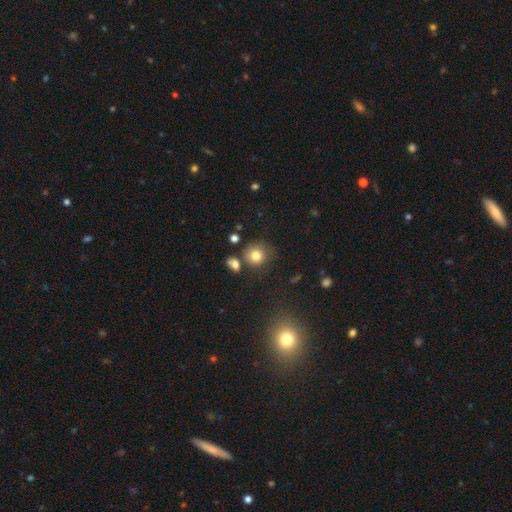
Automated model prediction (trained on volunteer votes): A smooth galaxy with no disk features (79%) that is round (86%). Merging: none (68%).